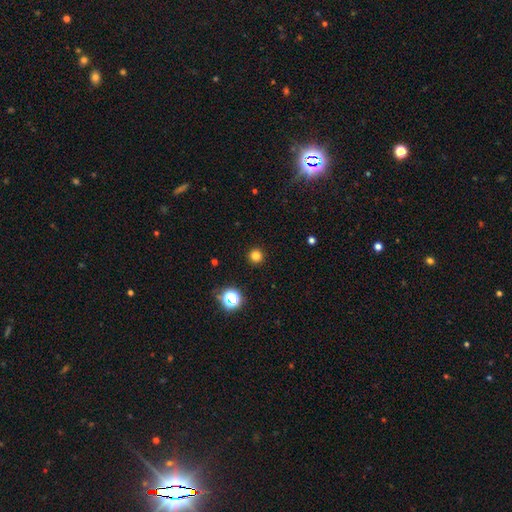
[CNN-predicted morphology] smooth 79%, star or artifact 17%, featured or disk 4%. Down the decision tree: how rounded — round (96%); merging — none (93%).